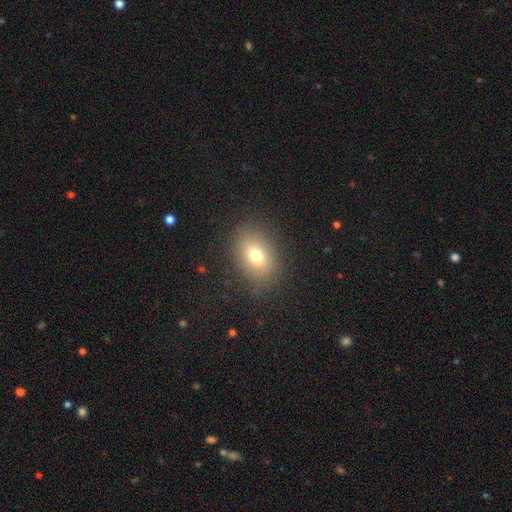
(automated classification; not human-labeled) Q: Smooth or featured?
A: smooth (74%); runner-up: featured or disk (14%)
Q: How rounded?
A: in between (74%); runner-up: round (24%)
Q: Merging?
A: none (83%); runner-up: minor disturbance (11%)